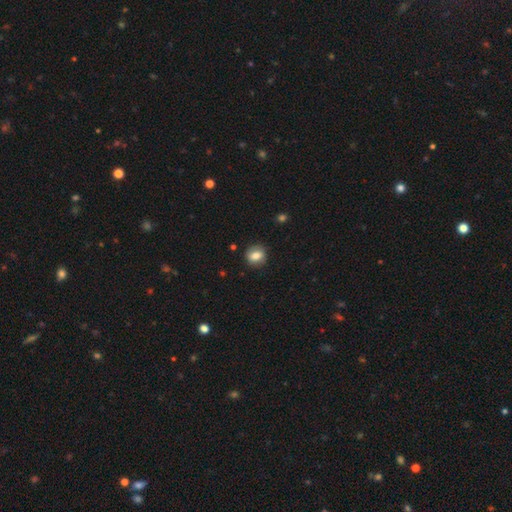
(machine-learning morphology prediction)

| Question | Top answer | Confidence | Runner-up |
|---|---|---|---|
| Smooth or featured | smooth | 76% | featured or disk (15%) |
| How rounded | round | 67% | in between (32%) |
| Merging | none | 84% | minor disturbance (12%) |